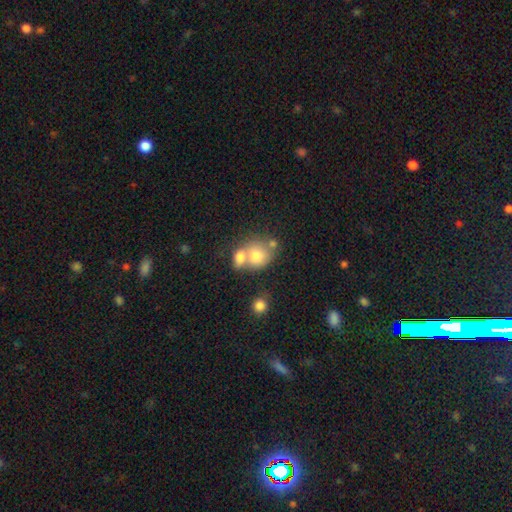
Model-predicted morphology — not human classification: smooth_or_featured: smooth (p=0.74) [alt: featured or disk p=0.17]
how_rounded: round (p=0.62) [alt: in between p=0.37]
merging: merger (p=0.56) [alt: none p=0.30]